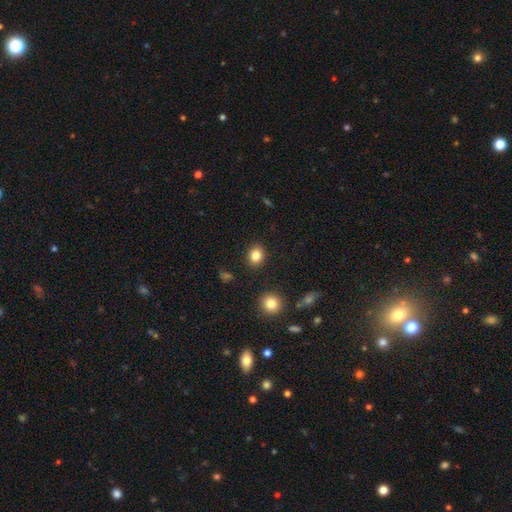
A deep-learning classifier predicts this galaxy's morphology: smooth 84%, star or artifact 10%, featured or disk 6%. Down the decision tree: how rounded — round (60%); merging — none (89%).